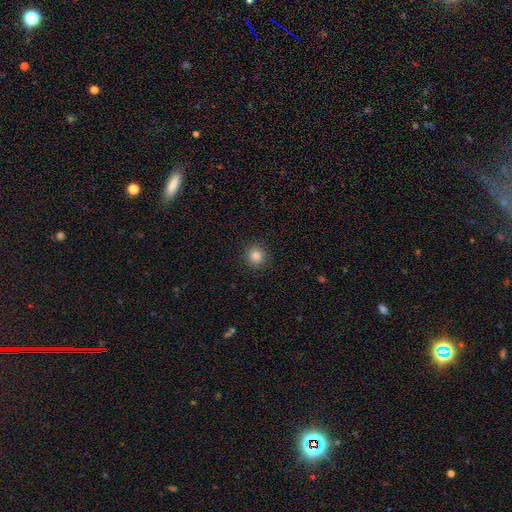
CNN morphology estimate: Smooth or featured? Predicted: smooth (p=0.85). How rounded? Predicted: round (p=0.93). Merging? Predicted: none (p=0.91).